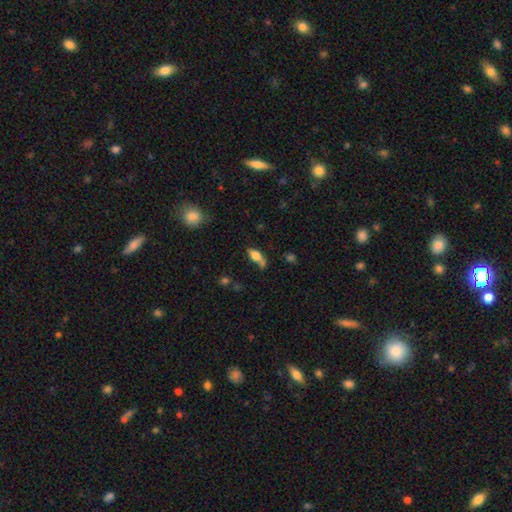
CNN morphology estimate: Q: Smooth or featured?
A: smooth (68%); runner-up: featured or disk (23%)
Q: How rounded?
A: in between (78%); runner-up: cigar-shaped (17%)
Q: Merging?
A: none (49%); runner-up: minor disturbance (24%)